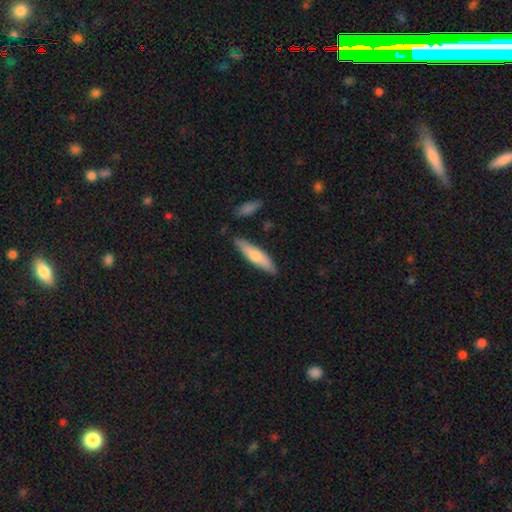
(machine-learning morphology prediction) Q: Smooth or featured?
A: smooth (60%); runner-up: featured or disk (34%)
Q: How rounded?
A: cigar-shaped (76%); runner-up: in between (23%)
Q: Merging?
A: none (85%); runner-up: minor disturbance (10%)